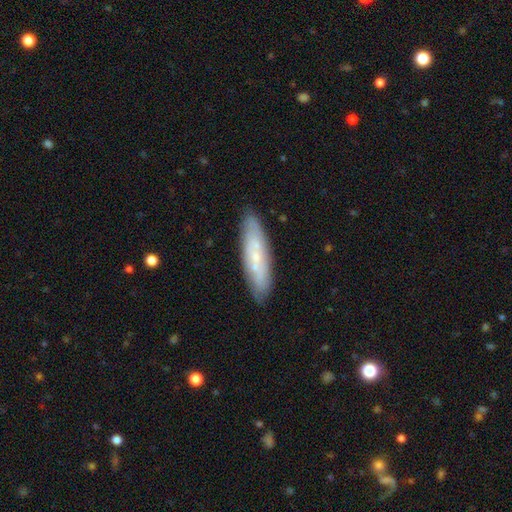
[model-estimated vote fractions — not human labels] This is possibly a featured or disk galaxy (51%). It is likely not viewed edge-on (64%). Merging: clearly none (81%).